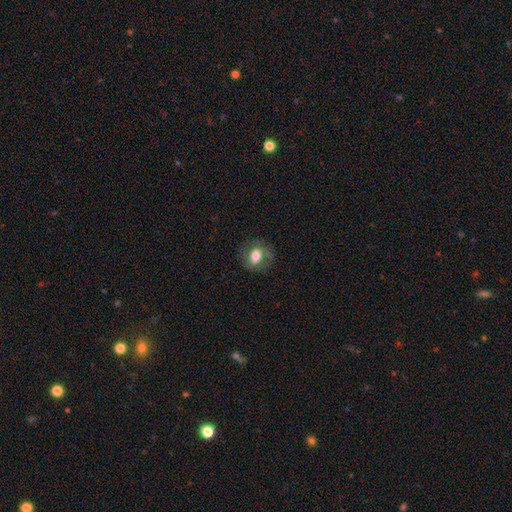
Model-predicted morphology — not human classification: A smooth galaxy with no disk features (60%) that is round (64%). Merging: none (75%).